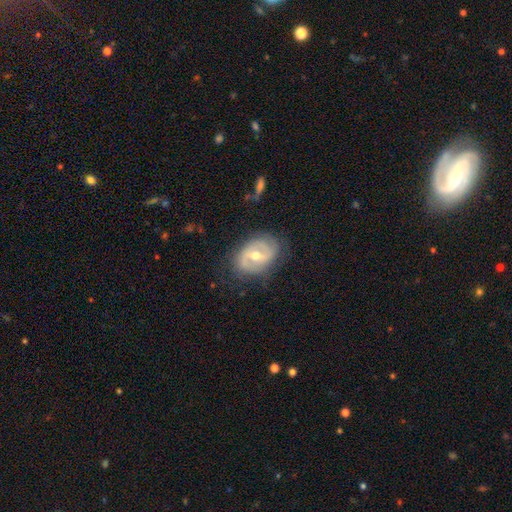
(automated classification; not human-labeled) smooth-or-featured: featured or disk: 76% | smooth: 18% | star or artifact: 6%
  disk-edge-on: no: 96% | yes: 4%
    bar: weak: 46% | no: 29% | strong: 25%
    has-spiral-arms: yes: 77% | no: 23%
      spiral-winding: medium: 40% | tight: 37% | loose: 23%
      spiral-arm-count: 2: 73% | can't tell: 17% | 3: 4% | 1: 3% | 4: 2% | more than 4: 1%
    bulge-size: moderate: 72% | small: 23% | large: 3% | none: 1% | dominant: 1%
  merging: none: 75% | minor disturbance: 17% | major disturbance: 6% | merger: 1%